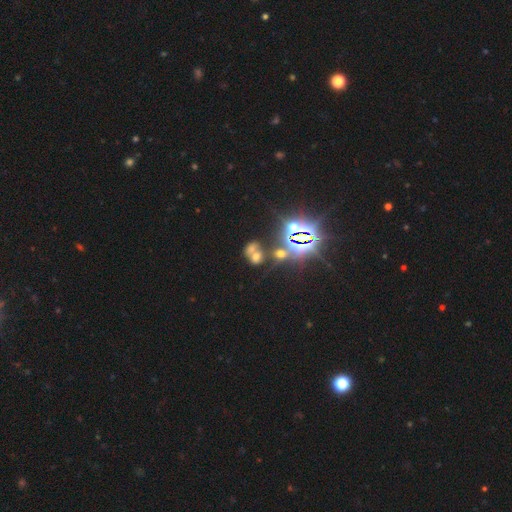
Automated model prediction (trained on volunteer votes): This appears to be a star or artifact, not a galaxy (41%).